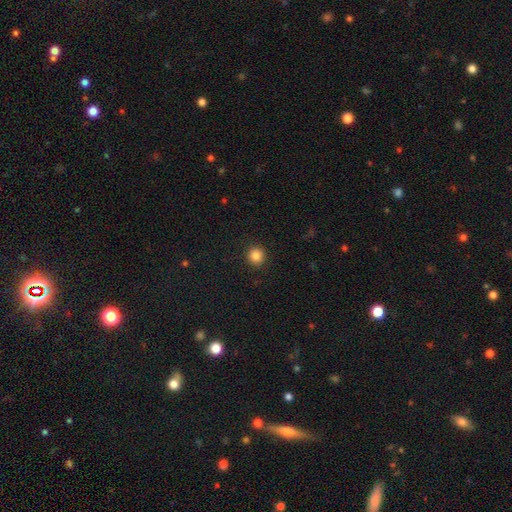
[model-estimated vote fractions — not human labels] Q: Smooth or featured?
A: smooth (85%); runner-up: star or artifact (11%)
Q: How rounded?
A: round (91%); runner-up: in between (8%)
Q: Merging?
A: none (92%); runner-up: minor disturbance (5%)